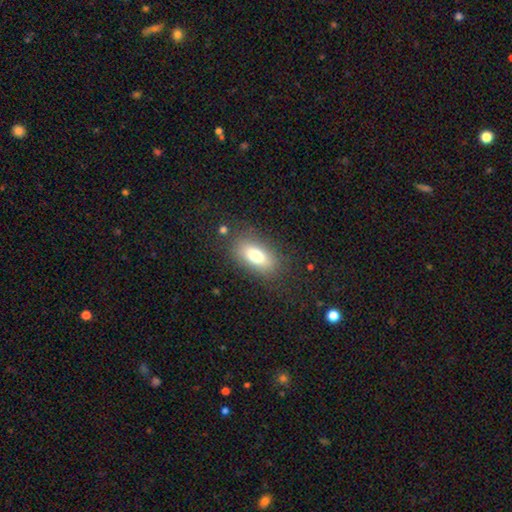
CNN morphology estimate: Overall: smooth (75%). How rounded: in between (87%). Merging: none (81%).